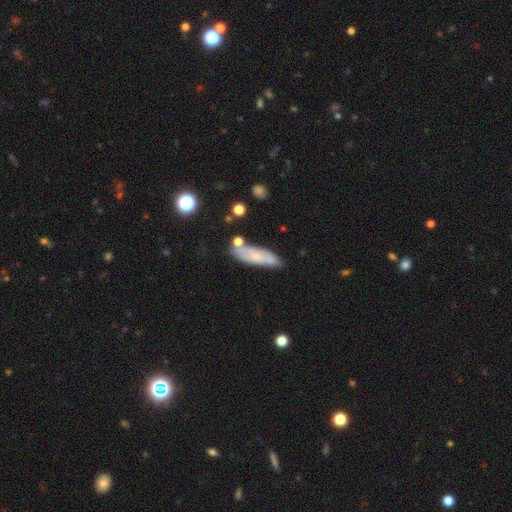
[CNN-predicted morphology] A smooth galaxy with no disk features (64%) that is cigar-shaped (57%). Merging: none (65%).